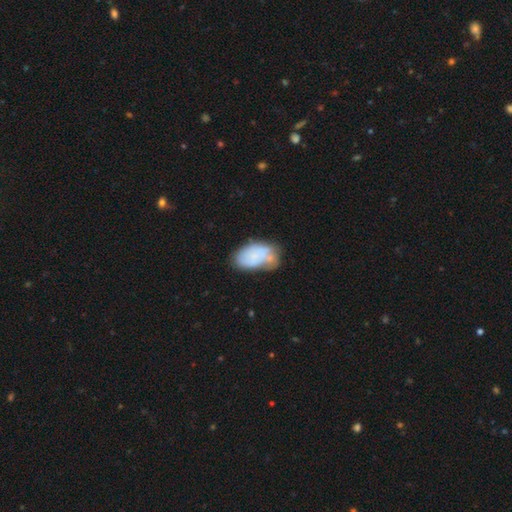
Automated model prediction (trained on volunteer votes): smooth_or_featured: smooth (p=0.65) [alt: featured or disk p=0.27]
how_rounded: in between (p=0.93) [alt: round p=0.05]
merging: none (p=0.41) [alt: minor disturbance p=0.32]